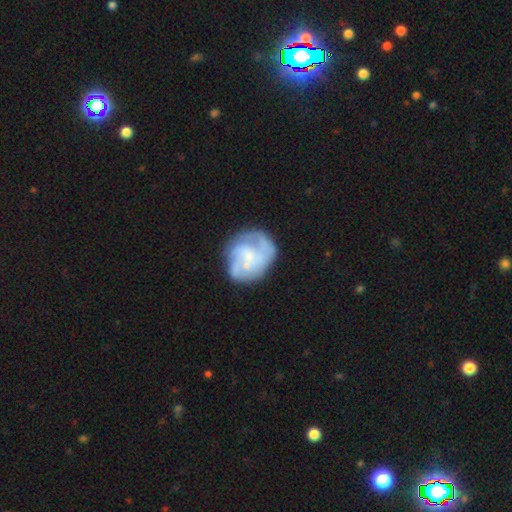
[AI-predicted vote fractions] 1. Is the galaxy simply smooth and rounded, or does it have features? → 63% featured or disk, 29% smooth, 8% star or artifact.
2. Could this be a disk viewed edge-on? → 98% no, 2% yes.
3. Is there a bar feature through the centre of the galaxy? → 65% no, 28% weak, 6% strong.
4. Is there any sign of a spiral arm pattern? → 76% yes, 24% no.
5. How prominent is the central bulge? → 50% small, 24% none, 21% moderate, 3% large, 1% dominant.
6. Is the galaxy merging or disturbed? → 63% none, 22% minor disturbance, 12% major disturbance, 3% merger.